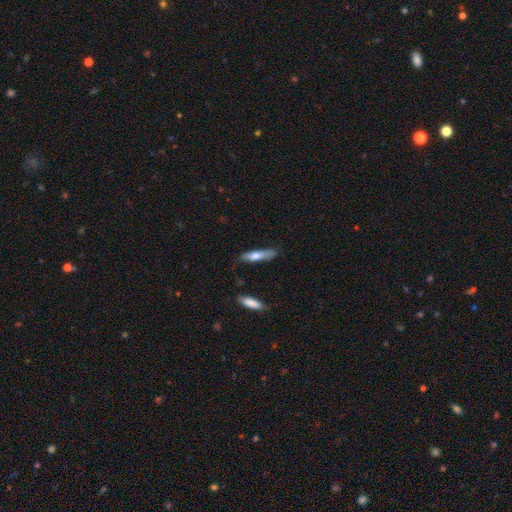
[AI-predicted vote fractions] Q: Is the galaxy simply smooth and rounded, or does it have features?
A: smooth — 68%.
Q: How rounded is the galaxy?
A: cigar-shaped — 79%.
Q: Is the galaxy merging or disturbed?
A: none — 75%.